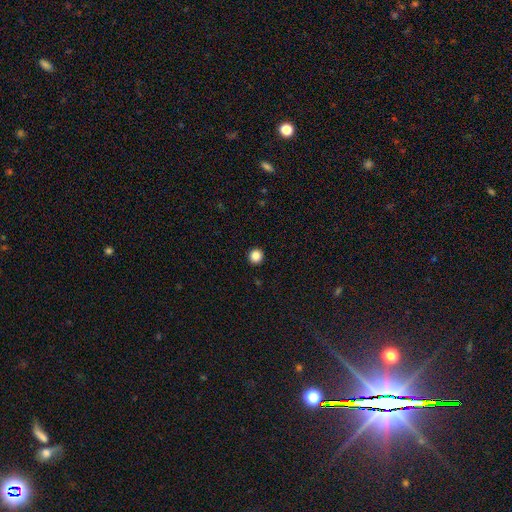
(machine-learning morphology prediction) Q: Smooth or featured?
A: smooth (86%); runner-up: star or artifact (11%)
Q: How rounded?
A: round (95%); runner-up: in between (4%)
Q: Merging?
A: none (94%); runner-up: minor disturbance (4%)